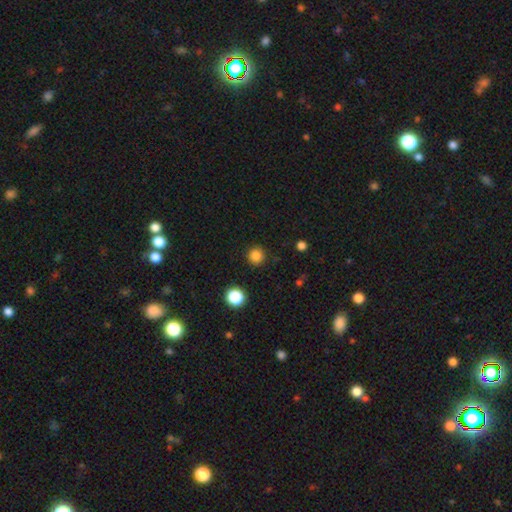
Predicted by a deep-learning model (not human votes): Overall: smooth (84%). How rounded: round (94%). Merging: none (90%).